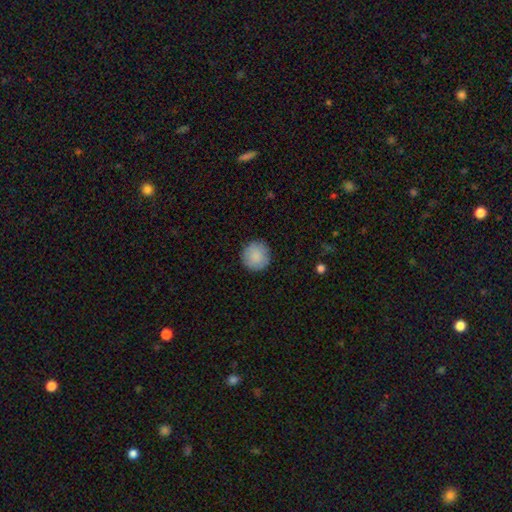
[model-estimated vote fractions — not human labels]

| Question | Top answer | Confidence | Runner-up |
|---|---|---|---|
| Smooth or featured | smooth | 87% | star or artifact (7%) |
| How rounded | round | 95% | in between (4%) |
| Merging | none | 89% | minor disturbance (8%) |